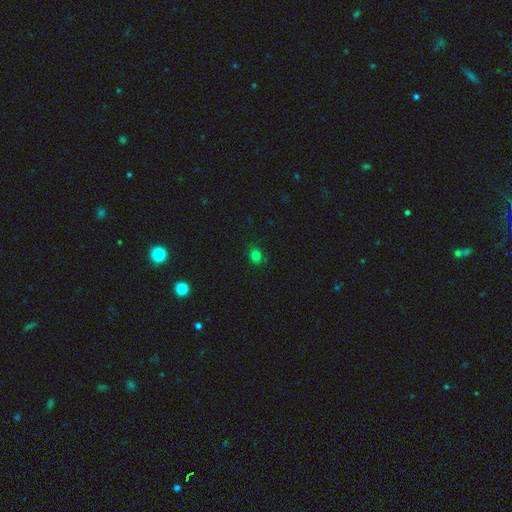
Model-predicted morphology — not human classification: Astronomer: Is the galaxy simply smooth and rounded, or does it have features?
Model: smooth — 78%.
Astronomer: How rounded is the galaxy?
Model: round — 59% (runner-up: in between, 40%).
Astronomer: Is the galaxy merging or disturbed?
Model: none — 82%.